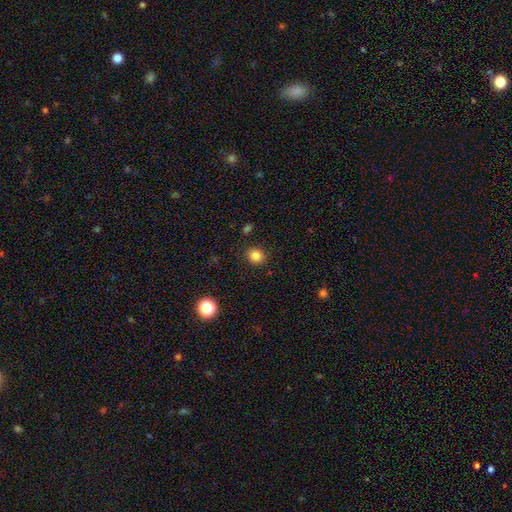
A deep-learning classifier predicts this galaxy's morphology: Smooth or featured? smooth (84%)
How rounded? round (80%)
Merging? none (88%)